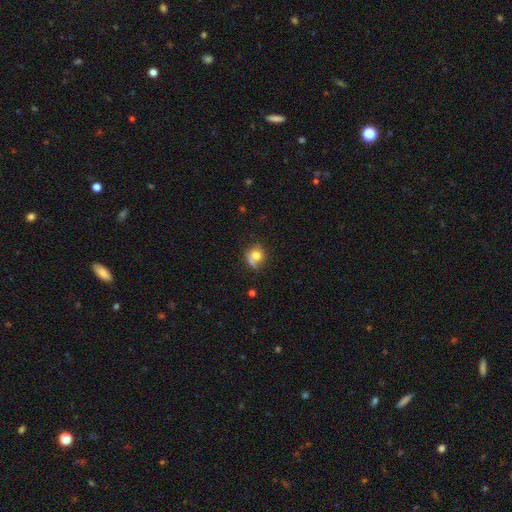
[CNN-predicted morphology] type=smooth (73%); roundness=round (77%); merging=none (50%).